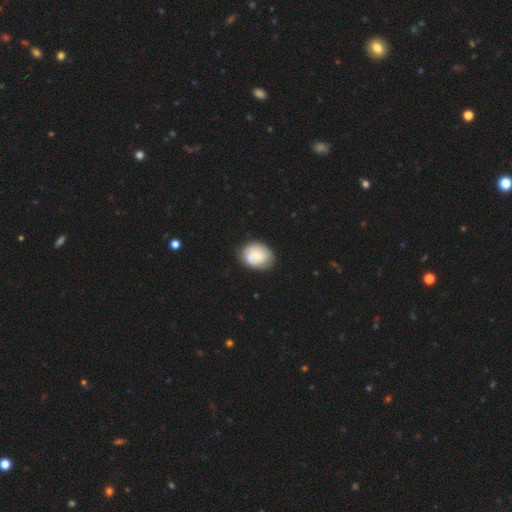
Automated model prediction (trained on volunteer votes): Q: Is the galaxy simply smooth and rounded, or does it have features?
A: smooth — 51%.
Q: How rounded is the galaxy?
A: round — 50%.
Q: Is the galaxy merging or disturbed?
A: none — 76%.